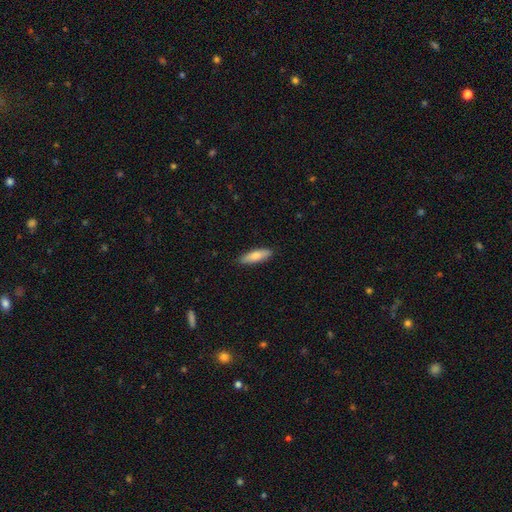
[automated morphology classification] smooth-or-featured: smooth: 79% | featured or disk: 15% | star or artifact: 6%
  how-rounded: cigar-shaped: 59% | in between: 39% | round: 2%
  merging: none: 89% | minor disturbance: 9% | major disturbance: 2% | merger: 1%